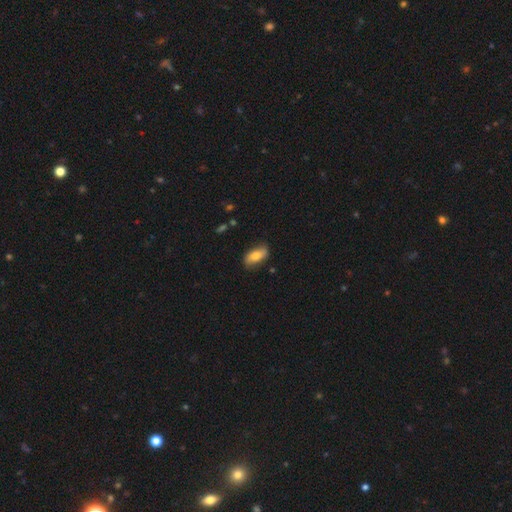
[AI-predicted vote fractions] A smooth galaxy with no disk features (64%) that is in between round and cigar-shaped (84%). Merging: none (74%).